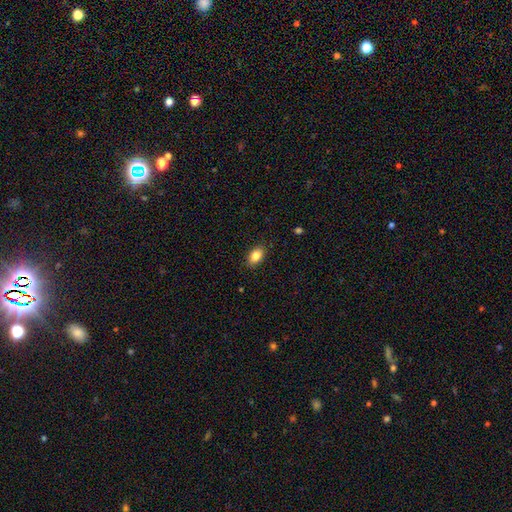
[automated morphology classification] Smooth or featured?
  - smooth: 85% *
  - star or artifact: 8%
  - featured or disk: 7%
How rounded?
  - in between: 88% *
  - round: 11%
  - cigar-shaped: 2%
Merging?
  - none: 88% *
  - minor disturbance: 9%
  - major disturbance: 2%
  - merger: 1%